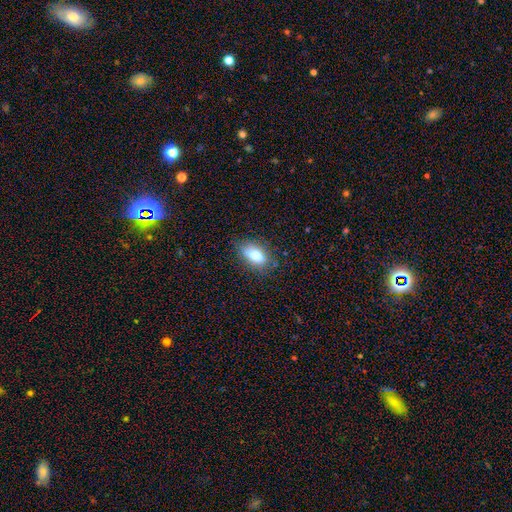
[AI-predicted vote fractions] This is likely a smooth galaxy (74%). How rounded: clearly in between (88%). Merging: likely none (78%).